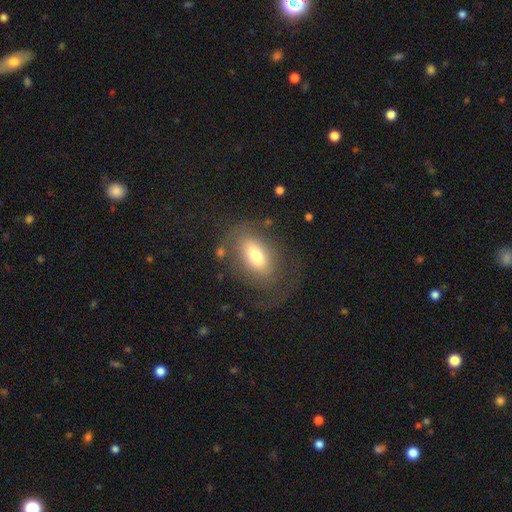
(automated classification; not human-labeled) Q: Smooth or featured?
A: smooth (55%); runner-up: featured or disk (36%)
Q: How rounded?
A: in between (88%); runner-up: round (8%)
Q: Merging?
A: none (57%); runner-up: major disturbance (21%)